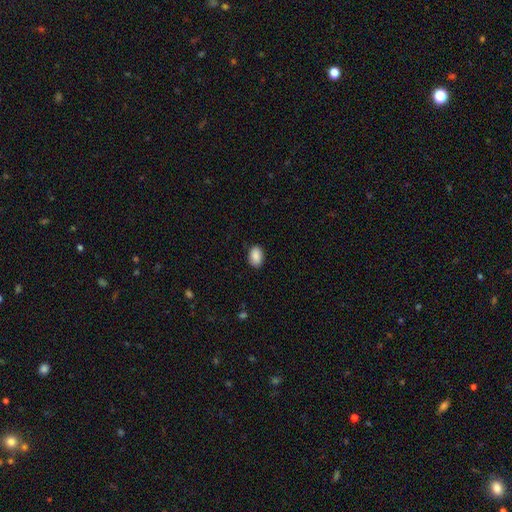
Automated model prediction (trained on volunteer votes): smooth_or_featured: smooth (p=0.90) [alt: star or artifact p=0.07]
how_rounded: in between (p=0.88) [alt: round p=0.11]
merging: none (p=0.86) [alt: minor disturbance p=0.11]